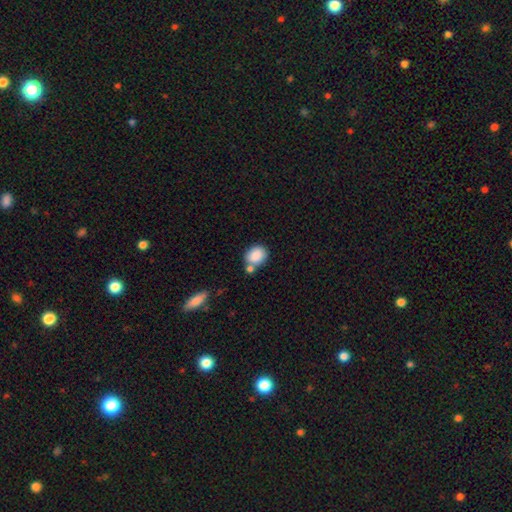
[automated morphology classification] This appears to be a smooth galaxy with no disk features (87%) that is round (52%). Merging: none (55%).